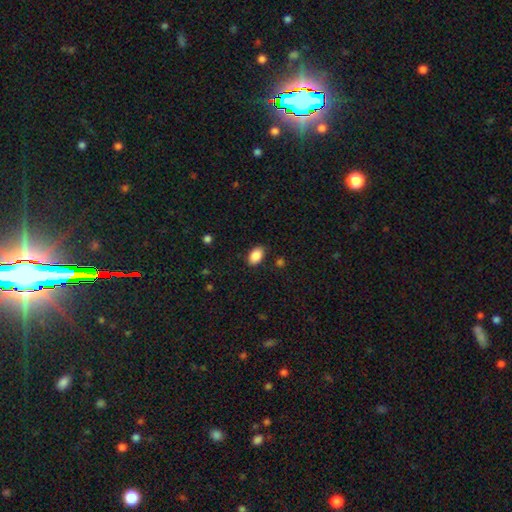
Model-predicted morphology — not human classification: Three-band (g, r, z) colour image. It shows a smooth galaxy with no disk features (88%) that is in between round and cigar-shaped (90%). Merging: none (87%).